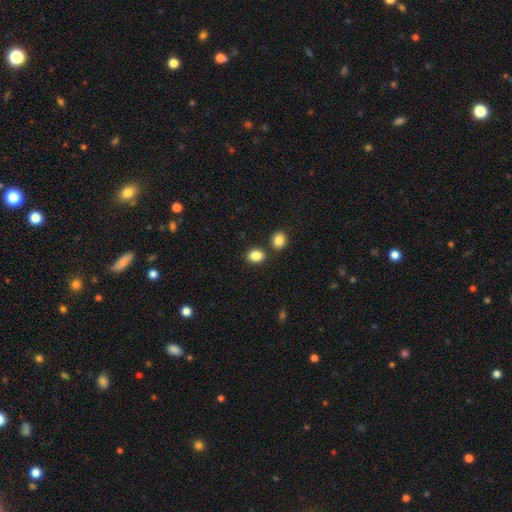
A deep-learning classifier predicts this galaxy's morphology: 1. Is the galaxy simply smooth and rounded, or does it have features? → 87% smooth, 9% star or artifact, 4% featured or disk.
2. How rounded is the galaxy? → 62% in between, 37% round, 1% cigar-shaped.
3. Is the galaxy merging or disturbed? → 76% none, 12% merger, 9% minor disturbance, 3% major disturbance.